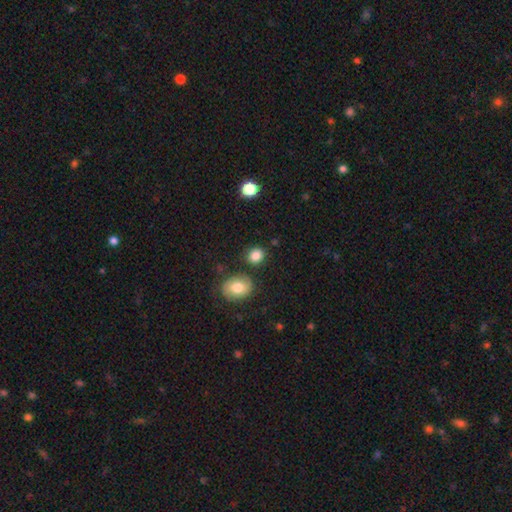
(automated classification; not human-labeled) Q: Smooth or featured?
A: smooth (85%); runner-up: star or artifact (10%)
Q: How rounded?
A: round (67%); runner-up: in between (31%)
Q: Merging?
A: none (81%); runner-up: minor disturbance (10%)